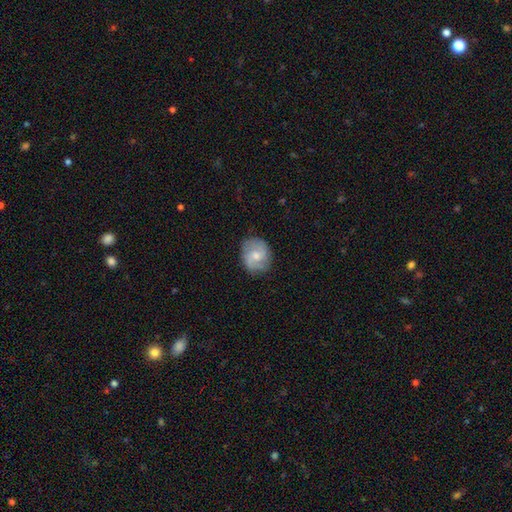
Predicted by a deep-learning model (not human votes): Smooth or featured? featured or disk (49%)
Merging? none (76%)